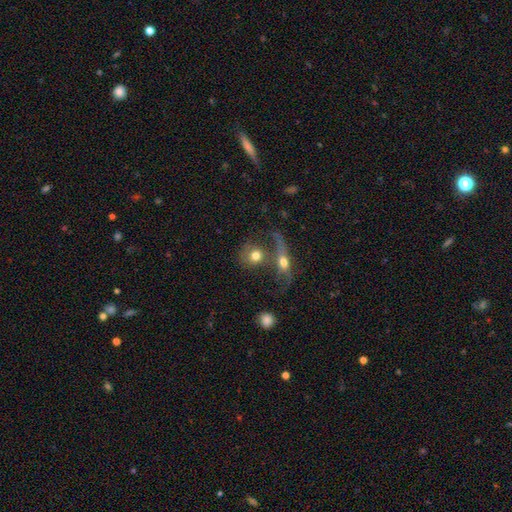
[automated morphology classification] Smooth or featured? Predicted: smooth (p=0.64). How rounded? Predicted: round (p=0.75). Merging? Predicted: merger (p=0.49).